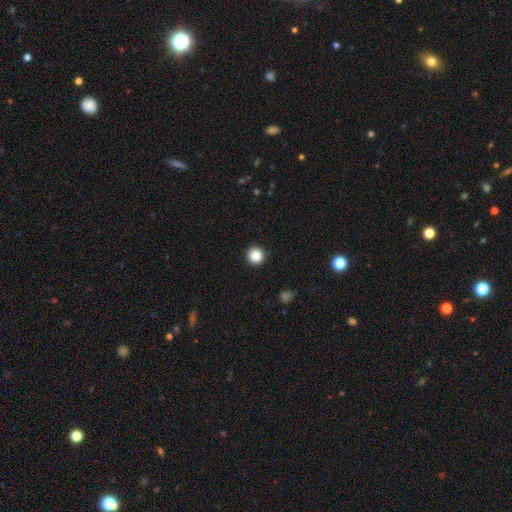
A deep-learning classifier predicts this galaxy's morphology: Smooth or featured: smooth — 87% (star or artifact — 10%)
How rounded: round — 96% (in between — 3%)
Merging: none — 93% (minor disturbance — 4%)